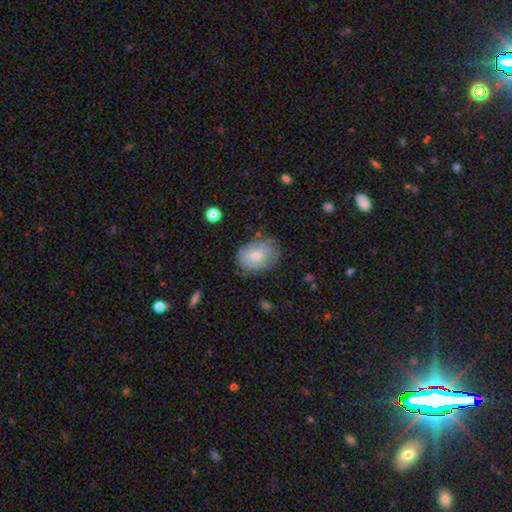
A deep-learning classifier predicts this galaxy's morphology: Overall: smooth (60%; featured or disk 33%). How rounded: in between (68%; round 31%). Merging: none (68%).